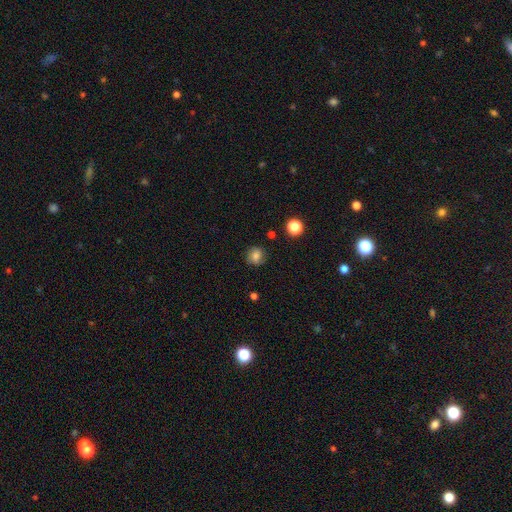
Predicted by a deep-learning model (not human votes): This is likely a smooth galaxy (69%). How rounded: clearly round (84%). Merging: likely none (79%).